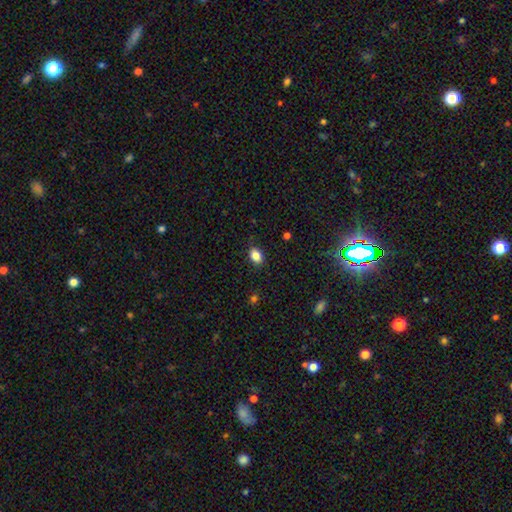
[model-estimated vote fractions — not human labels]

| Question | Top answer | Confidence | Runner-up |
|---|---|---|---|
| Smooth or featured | smooth | 85% | star or artifact (9%) |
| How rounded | in between | 76% | round (23%) |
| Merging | none | 86% | minor disturbance (10%) |